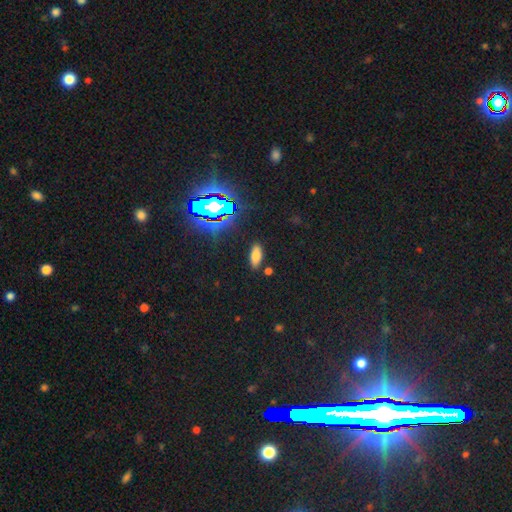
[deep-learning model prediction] smooth_or_featured: smooth (p=0.71) [alt: star or artifact p=0.19]
how_rounded: in between (p=0.82) [alt: cigar-shaped p=0.14]
merging: none (p=0.86) [alt: minor disturbance p=0.09]